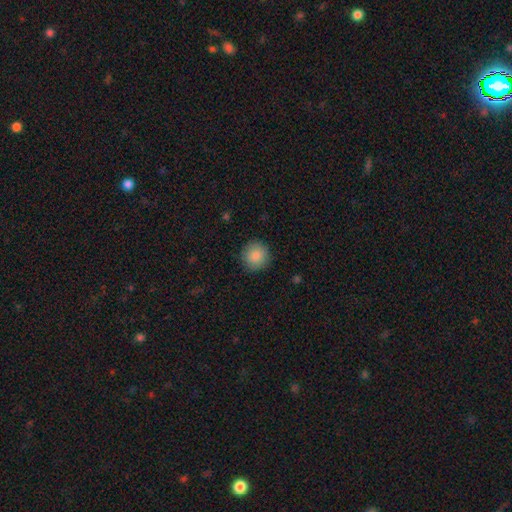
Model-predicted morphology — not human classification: Smooth or featured? Predicted: smooth (p=0.87). How rounded? Predicted: round (p=0.93). Merging? Predicted: none (p=0.90).